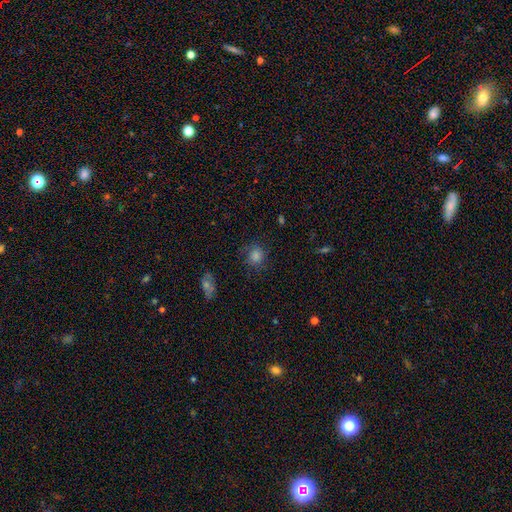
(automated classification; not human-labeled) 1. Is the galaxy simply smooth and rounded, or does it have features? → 71% smooth, 17% star or artifact, 11% featured or disk.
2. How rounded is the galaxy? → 85% round, 13% in between, 1% cigar-shaped.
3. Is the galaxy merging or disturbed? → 77% none, 15% minor disturbance, 6% major disturbance, 2% merger.